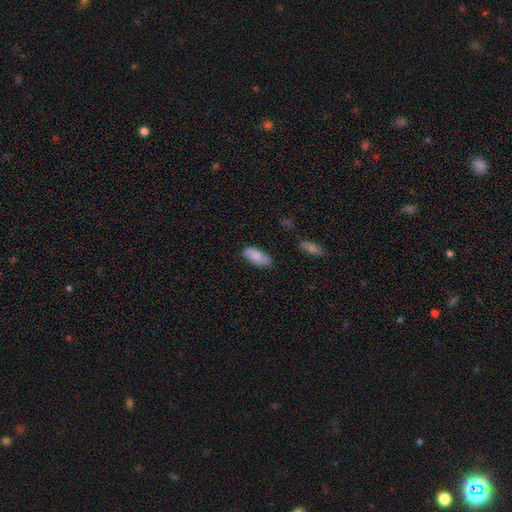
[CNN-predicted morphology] type=smooth (80%); roundness=in between (87%); merging=none (68%).